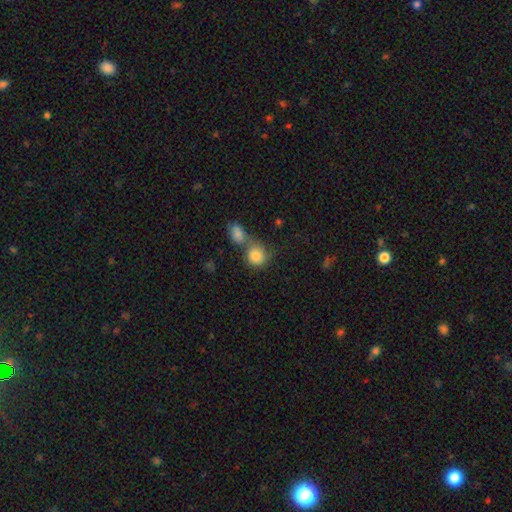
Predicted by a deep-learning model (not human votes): smooth 83%, featured or disk 9%, star or artifact 8%. Down the decision tree: how rounded — round (80%); merging — merger (51%).